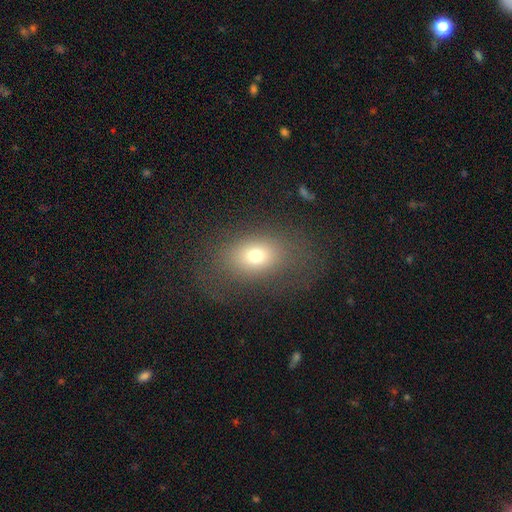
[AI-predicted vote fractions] Smooth or featured? Predicted: smooth (p=0.71). How rounded? Predicted: in between (p=0.70). Merging? Predicted: none (p=0.72).